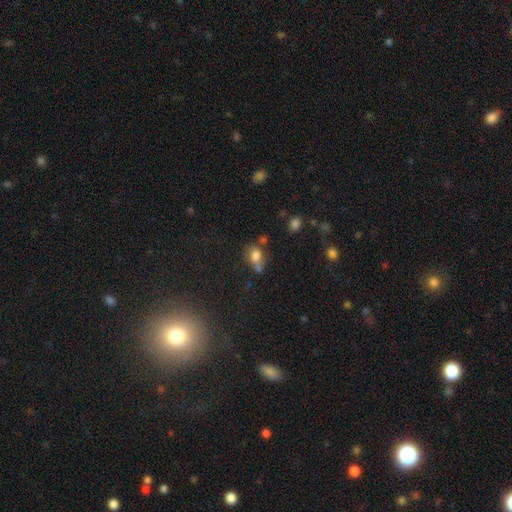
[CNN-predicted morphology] Overall: smooth (75%). How rounded: in between (56%; round 42%). Merging: none (38%; merger 30%).